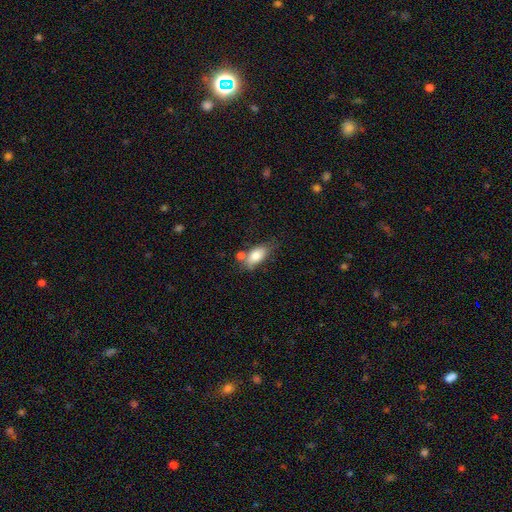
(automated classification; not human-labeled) smooth_or_featured: smooth (p=0.80) [alt: featured or disk p=0.13]
how_rounded: in between (p=0.87) [alt: cigar-shaped p=0.07]
merging: none (p=0.50) [alt: minor disturbance p=0.22]